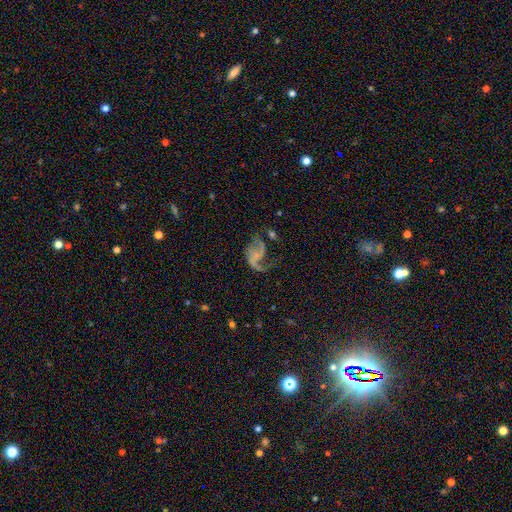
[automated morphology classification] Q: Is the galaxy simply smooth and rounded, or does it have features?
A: featured or disk — 77%.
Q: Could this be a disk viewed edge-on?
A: no — 98%.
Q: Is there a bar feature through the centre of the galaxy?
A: no — 64%.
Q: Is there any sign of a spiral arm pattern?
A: yes — 89%.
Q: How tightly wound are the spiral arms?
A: loose — 66%.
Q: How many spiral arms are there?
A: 2 — 66%.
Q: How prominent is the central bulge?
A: none — 57%.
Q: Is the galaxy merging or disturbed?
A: none — 39%.